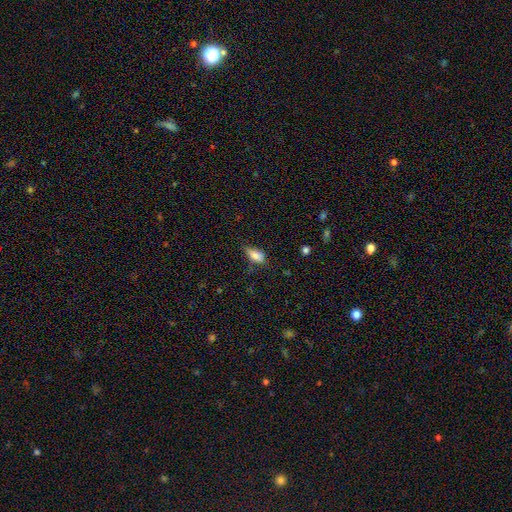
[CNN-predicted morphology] A smooth galaxy with no disk features (80%) that is in between round and cigar-shaped (86%).

Vote fractions:
- Smooth or featured? smooth: 80% / featured or disk: 12% / star or artifact: 9%
- How rounded? in between: 86% / cigar-shaped: 10% / round: 4%
- Merging? none: 52% / minor disturbance: 33% / major disturbance: 12% / merger: 3%